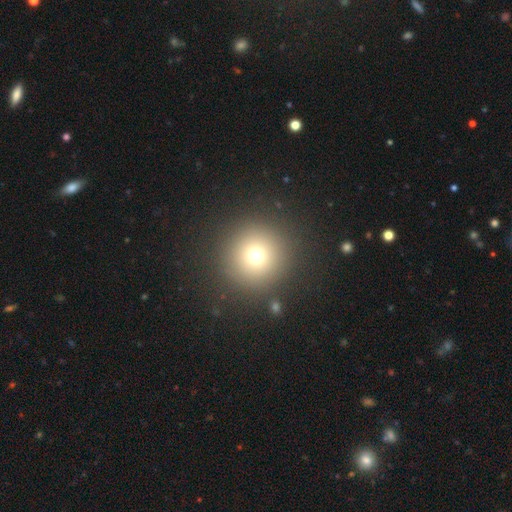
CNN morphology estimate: smooth-or-featured: smooth: 72% | star or artifact: 17% | featured or disk: 11%
  how-rounded: round: 96% | in between: 3% | cigar-shaped: 1%
  merging: none: 89% | minor disturbance: 6% | major disturbance: 3% | merger: 2%